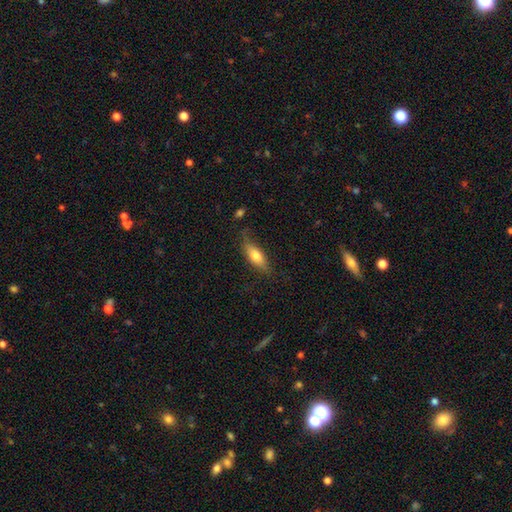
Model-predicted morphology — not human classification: This appears to be a smooth galaxy with no disk features (69%) that is in between round and cigar-shaped (61%). Merging: none (72%).